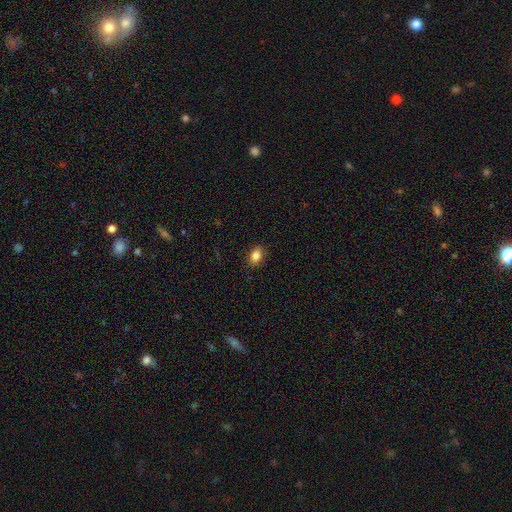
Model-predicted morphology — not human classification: Overall: smooth (84%). How rounded: in between (78%). Merging: none (88%).